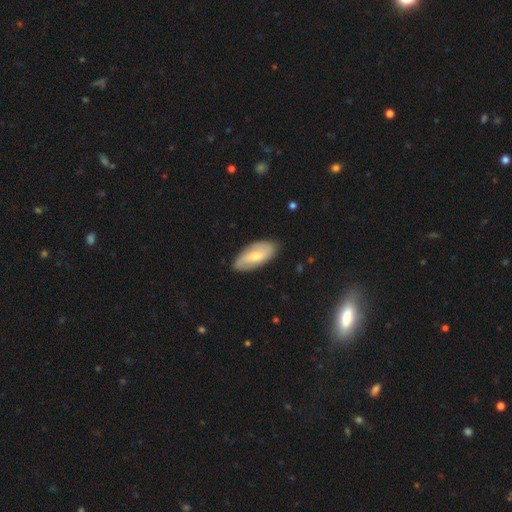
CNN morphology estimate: type=smooth (48%); merging=none (84%).